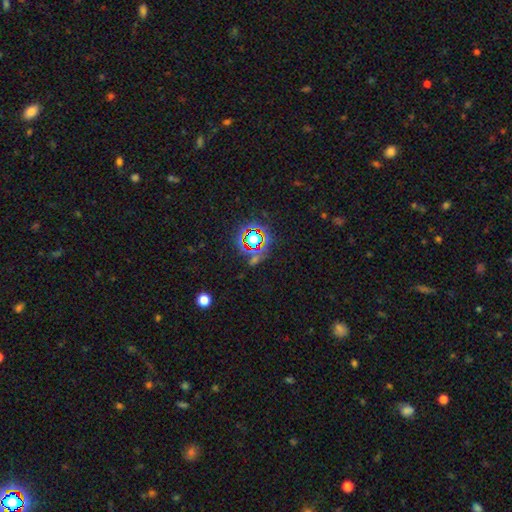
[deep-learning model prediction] smooth-or-featured: star or artifact: 70% | smooth: 19% | featured or disk: 10%